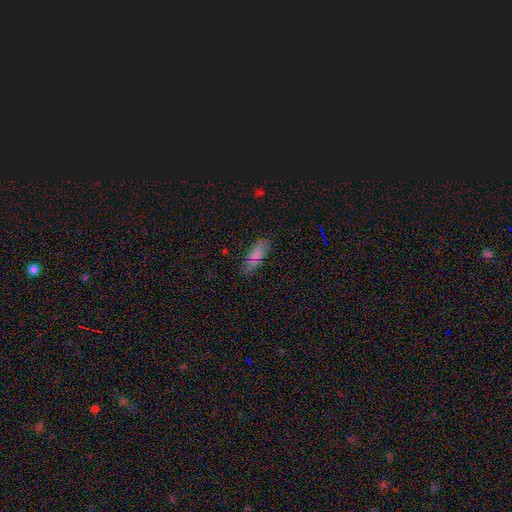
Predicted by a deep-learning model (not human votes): Smooth or featured: smooth — 78% (star or artifact — 14%)
How rounded: in between — 81% (cigar-shaped — 17%)
Merging: none — 82% (minor disturbance — 14%)